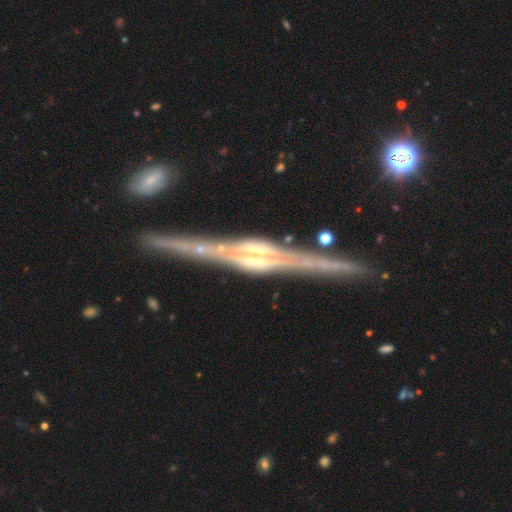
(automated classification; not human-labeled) Smooth or featured? Predicted: featured or disk (p=0.88). Edge-on disk? Predicted: yes (p=0.97). Edge-on bulge? Predicted: rounded (p=0.58). Merging? Predicted: none (p=0.85).